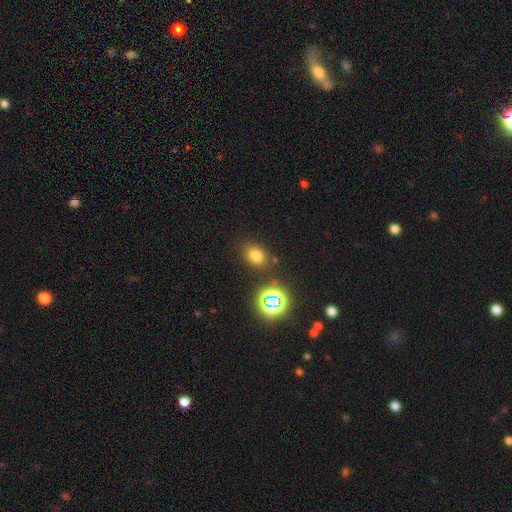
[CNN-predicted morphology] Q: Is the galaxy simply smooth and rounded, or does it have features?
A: smooth — 72%.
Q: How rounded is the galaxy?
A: in between — 62%.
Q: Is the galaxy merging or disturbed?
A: none — 81%.